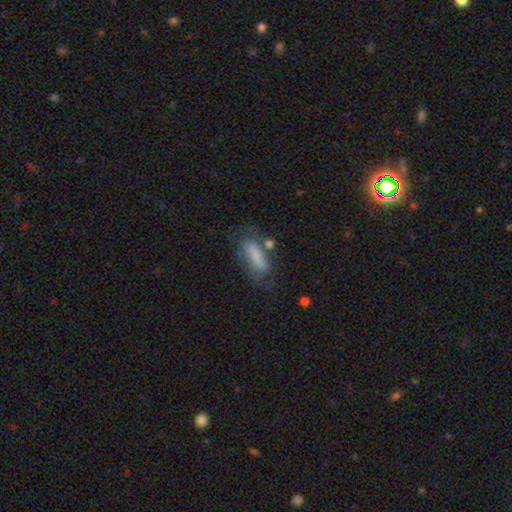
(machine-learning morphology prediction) smooth 71%, featured or disk 20%, star or artifact 9%. Down the decision tree: how rounded — in between (54%); merging — none (54%).